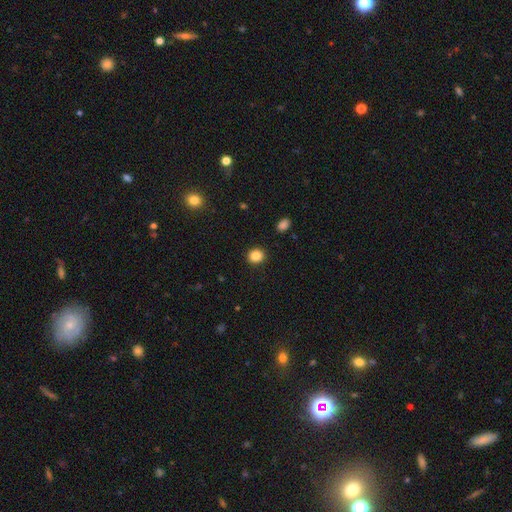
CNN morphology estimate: A smooth galaxy with no disk features (86%) that is round (80%). Merging: none (91%).